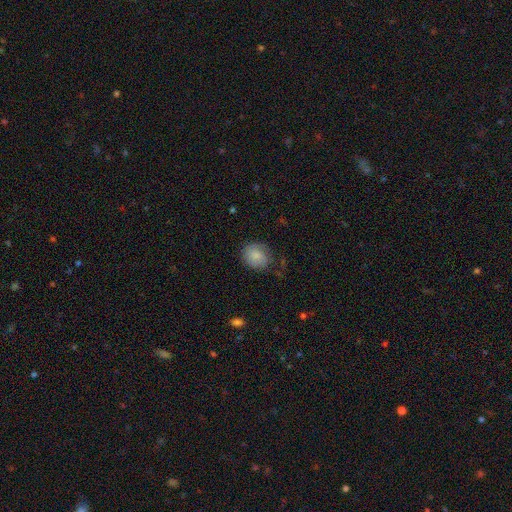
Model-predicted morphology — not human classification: The model was most divided on "how rounded": round: 59%, in between: 40%, cigar-shaped: 1%. More confident: smooth or featured — smooth (76%); merging — none (65%).